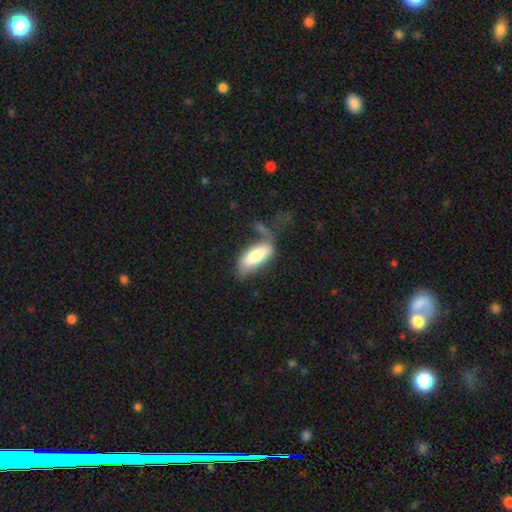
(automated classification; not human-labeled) Morphology: type=smooth (77%); roundness=in between (79%); merging=none (34%).